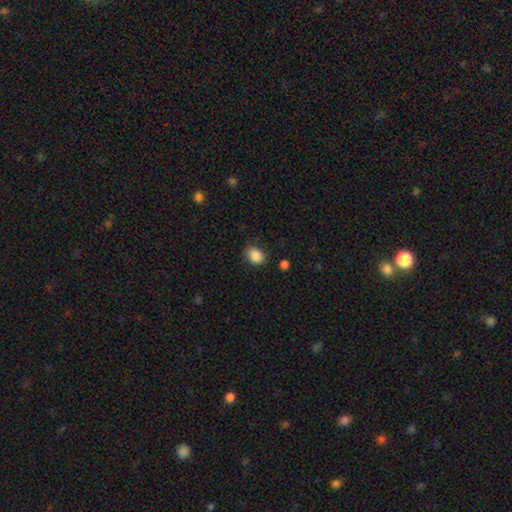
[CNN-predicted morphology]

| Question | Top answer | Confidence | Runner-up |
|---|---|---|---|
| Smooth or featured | smooth | 87% | star or artifact (9%) |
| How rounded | in between | 62% | round (37%) |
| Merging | none | 73% | minor disturbance (20%) |